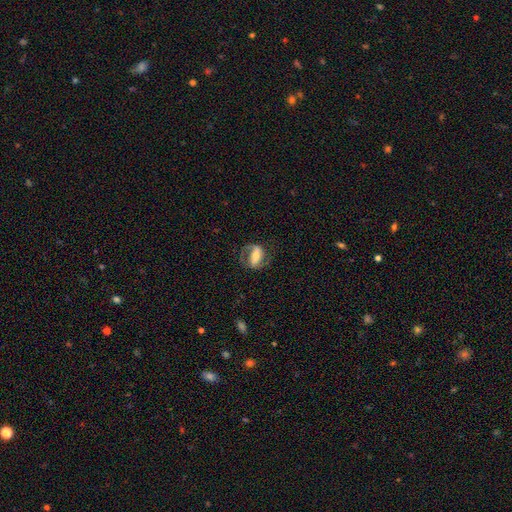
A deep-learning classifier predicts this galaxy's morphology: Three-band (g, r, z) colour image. It shows a featured or disk galaxy (73%) with a strong bar (58%), 2 (85%) medium (49%) spiral arms (87%) and a moderate central bulge (50%). Merging: none (68%).